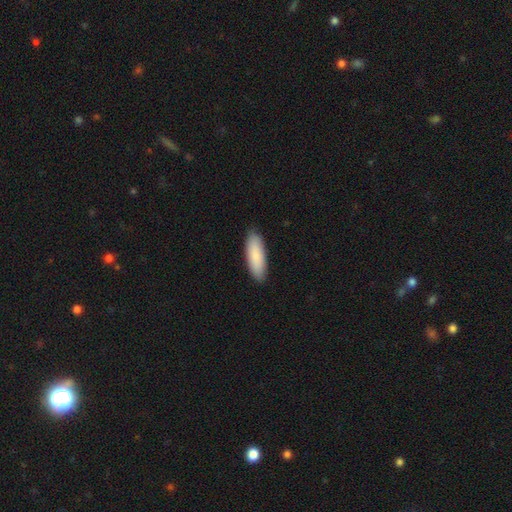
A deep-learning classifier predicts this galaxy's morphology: This is clearly a smooth galaxy (85%). How rounded: possibly in between (57%). Merging: clearly none (88%).